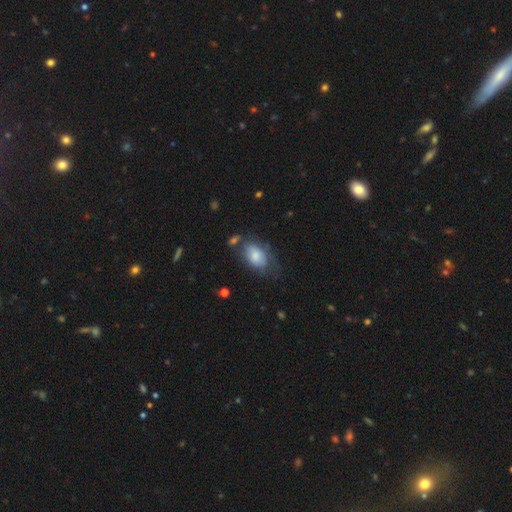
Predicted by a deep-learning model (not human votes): Smooth or featured?
  - smooth: 75% *
  - featured or disk: 18%
  - star or artifact: 7%
How rounded?
  - in between: 89% *
  - round: 9%
  - cigar-shaped: 2%
Merging?
  - none: 45% *
  - minor disturbance: 30%
  - major disturbance: 18%
  - merger: 7%